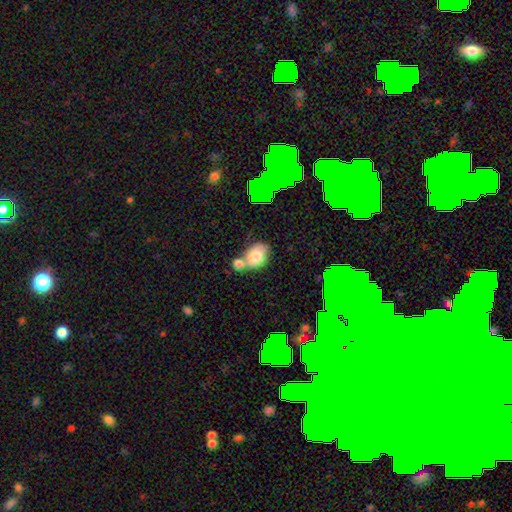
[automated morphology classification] Overall: smooth (74%). How rounded: in between (70%). Merging: merger (48%; none 33%).